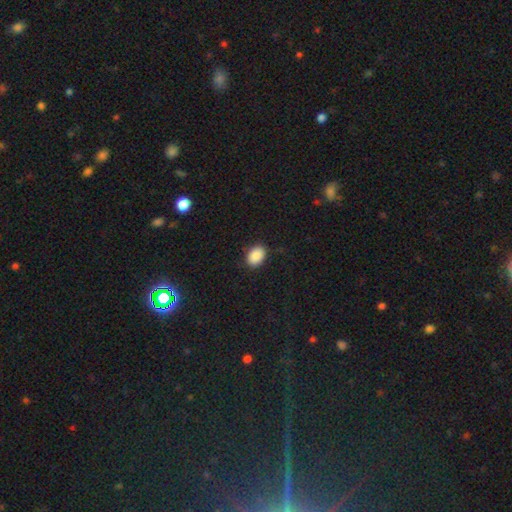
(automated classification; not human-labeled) A smooth galaxy with no disk features (89%) that is in between round and cigar-shaped (76%).

Vote fractions:
- Smooth or featured? smooth: 89% / star or artifact: 8% / featured or disk: 3%
- How rounded? in between: 76% / round: 23% / cigar-shaped: 1%
- Merging? none: 86% / minor disturbance: 11% / major disturbance: 3% / merger: 1%